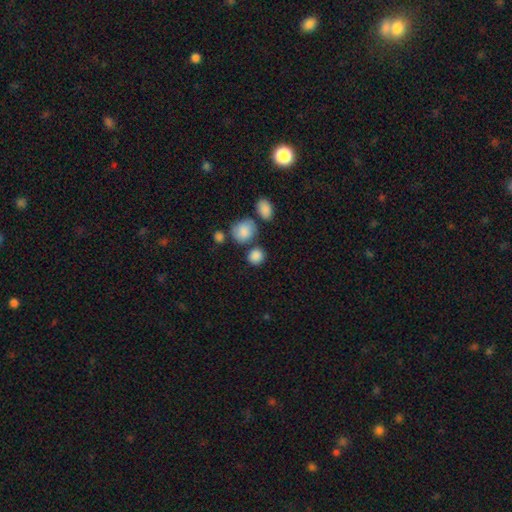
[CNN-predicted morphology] A smooth galaxy with no disk features (86%) that is round (78%).

Vote fractions:
- Smooth or featured? smooth: 86% / star or artifact: 9% / featured or disk: 5%
- How rounded? round: 78% / in between: 21% / cigar-shaped: 1%
- Merging? none: 71% / minor disturbance: 13% / merger: 12% / major disturbance: 4%